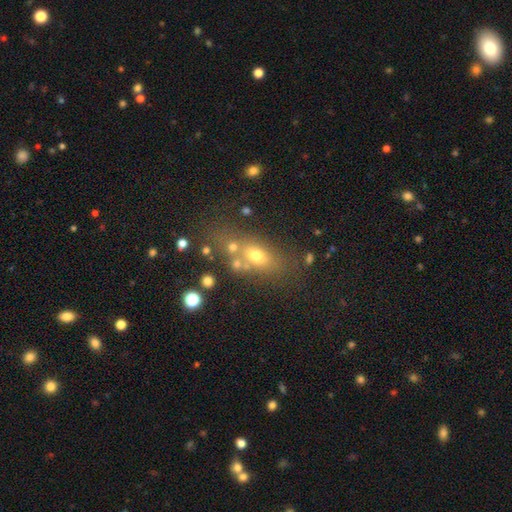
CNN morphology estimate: smooth_or_featured: smooth (p=0.58) [alt: featured or disk p=0.22]
how_rounded: in between (p=0.62) [alt: round p=0.27]
merging: none (p=0.51) [alt: merger p=0.26]